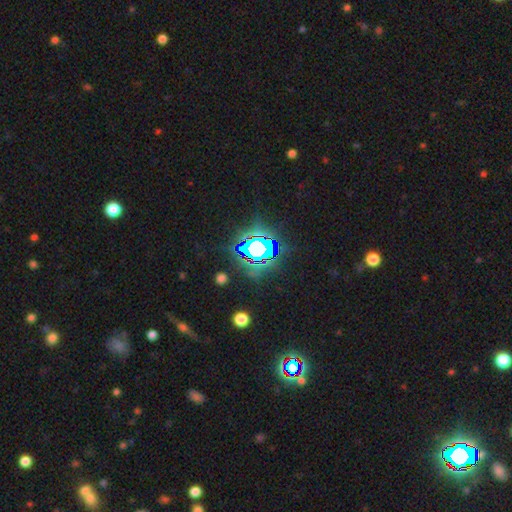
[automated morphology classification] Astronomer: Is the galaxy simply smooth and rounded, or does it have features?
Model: star or artifact — 80%.